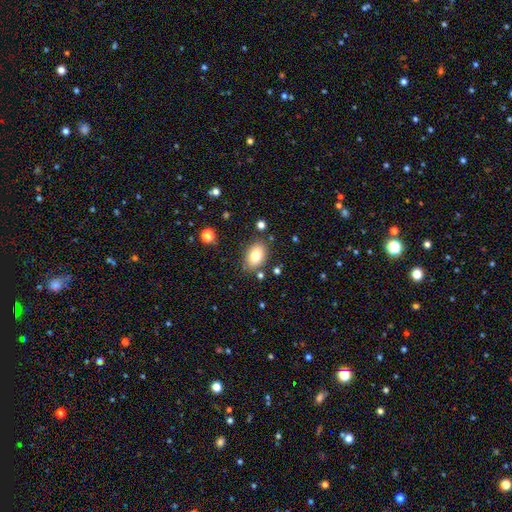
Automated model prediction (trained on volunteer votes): This is clearly a smooth galaxy (81%). How rounded: clearly in between (87%). Merging: clearly none (81%).